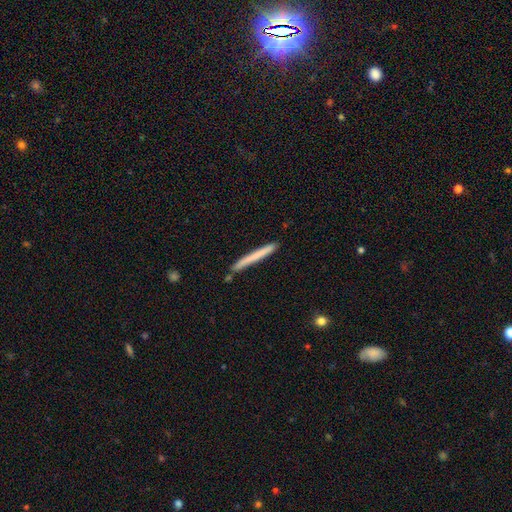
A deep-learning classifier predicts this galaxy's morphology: Smooth or featured?
  - smooth: 66% *
  - featured or disk: 28%
  - star or artifact: 6%
How rounded?
  - cigar-shaped: 97% *
  - in between: 2%
  - round: 1%
Merging?
  - none: 87% *
  - minor disturbance: 9%
  - merger: 3%
  - major disturbance: 2%